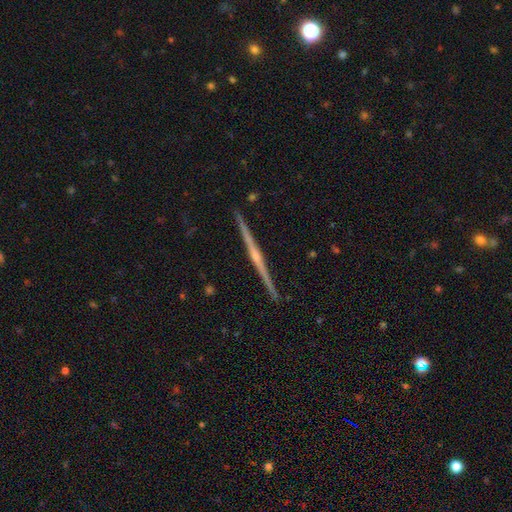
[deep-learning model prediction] smooth-or-featured: featured or disk: 86% | smooth: 8% | star or artifact: 5%
  disk-edge-on: yes: 99% | no: 1%
    edge-on-bulge: rounded: 75% | none: 17% | boxy: 8%
  merging: none: 93% | minor disturbance: 5% | major disturbance: 1% | merger: 1%